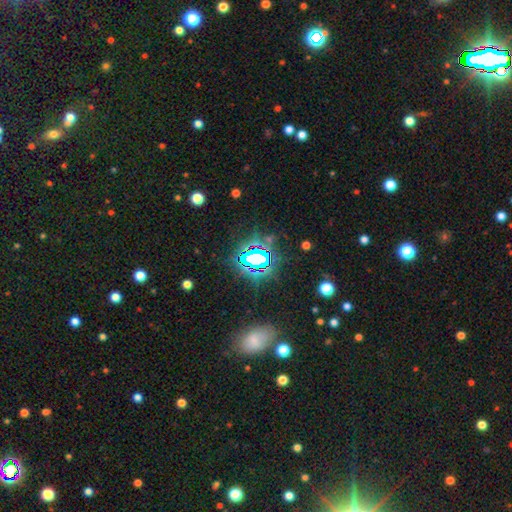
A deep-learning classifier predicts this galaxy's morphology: A star or artifact, not a galaxy (78%).